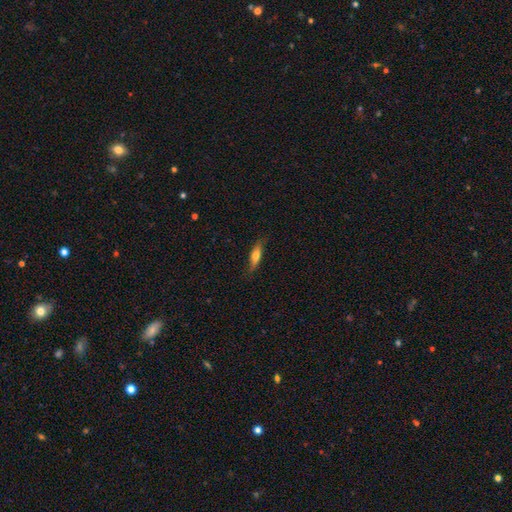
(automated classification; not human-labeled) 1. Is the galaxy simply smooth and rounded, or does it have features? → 61% smooth, 32% featured or disk, 6% star or artifact.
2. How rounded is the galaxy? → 59% cigar-shaped, 39% in between, 3% round.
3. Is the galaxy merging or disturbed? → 76% none, 19% minor disturbance, 4% major disturbance, 1% merger.